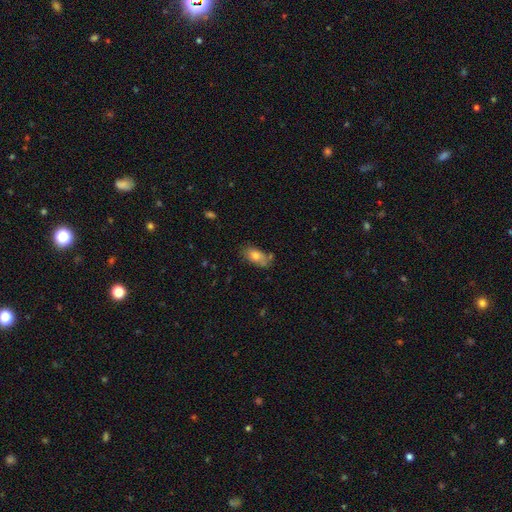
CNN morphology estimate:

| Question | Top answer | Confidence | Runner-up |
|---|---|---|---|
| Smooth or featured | smooth | 76% | featured or disk (16%) |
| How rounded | in between | 89% | cigar-shaped (6%) |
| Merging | none | 62% | minor disturbance (24%) |